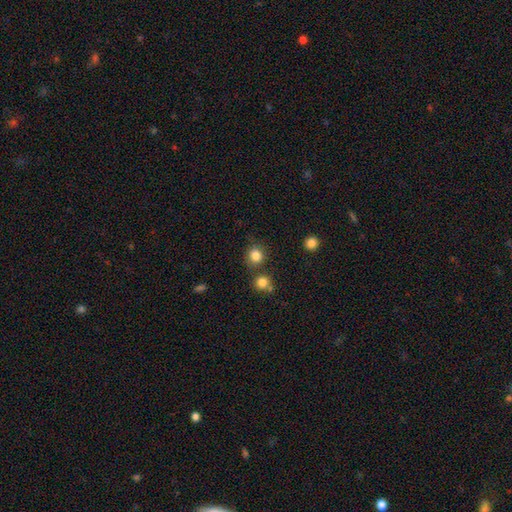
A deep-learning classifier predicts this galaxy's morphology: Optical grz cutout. It shows a smooth galaxy with no disk features (83%) that is round (85%). Merging: none (74%).